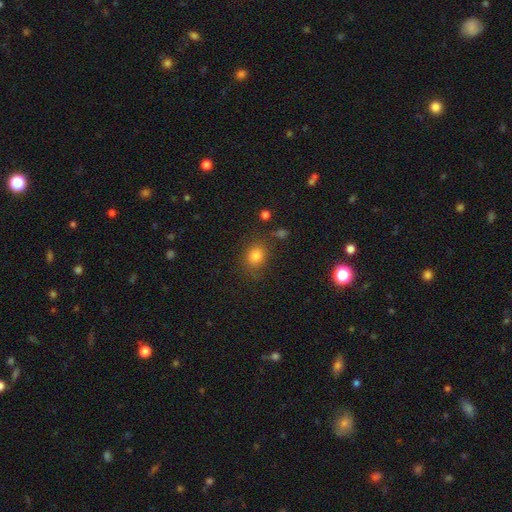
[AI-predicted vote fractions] Overall: smooth (80%). How rounded: in between (50%; round 49%). Merging: none (72%).